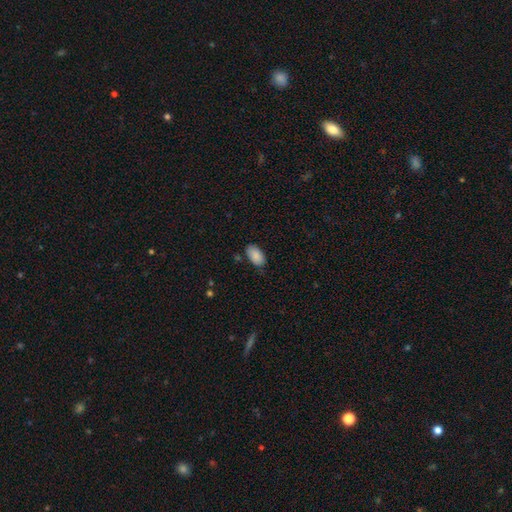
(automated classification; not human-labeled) smooth-or-featured: smooth: 88% | star or artifact: 7% | featured or disk: 5%
  how-rounded: in between: 95% | round: 4% | cigar-shaped: 2%
  merging: none: 79% | minor disturbance: 16% | major disturbance: 3% | merger: 2%